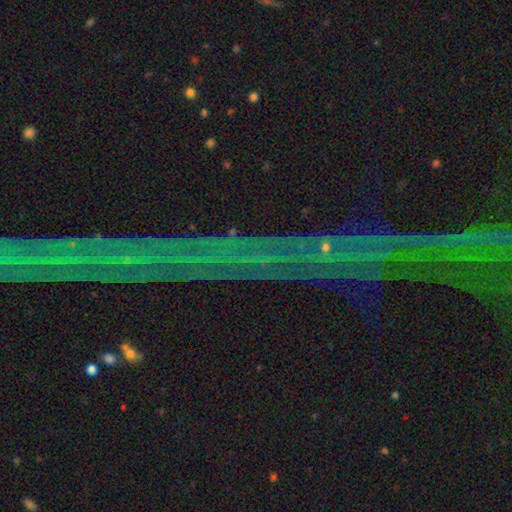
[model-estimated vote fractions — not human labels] A star or artifact, not a galaxy (79%).

Vote fractions:
- Smooth or featured? star or artifact: 79% / featured or disk: 12% / smooth: 9%